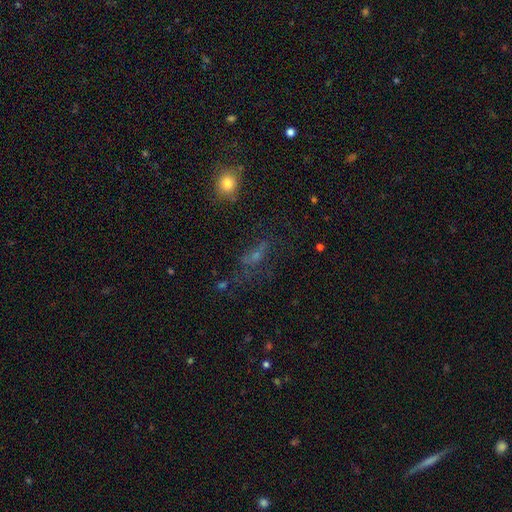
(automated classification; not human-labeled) A smooth galaxy with no disk features (37%).

Vote fractions:
- Smooth or featured? smooth: 37% / star or artifact: 33% / featured or disk: 31%
- Merging? none: 47% / major disturbance: 29% / minor disturbance: 18% / merger: 6%